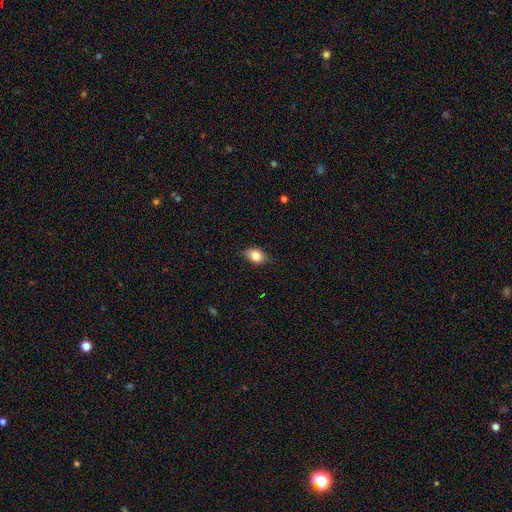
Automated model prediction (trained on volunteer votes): A smooth galaxy with no disk features (82%) that is in between round and cigar-shaped (73%). Merging: none (76%).